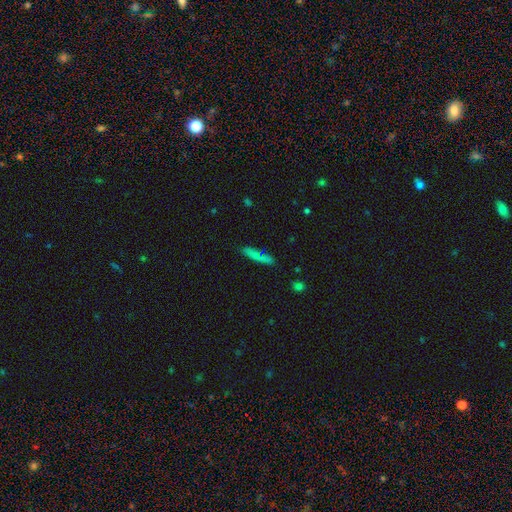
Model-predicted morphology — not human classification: Q: Smooth or featured?
A: smooth (70%); runner-up: featured or disk (19%)
Q: How rounded?
A: cigar-shaped (84%); runner-up: in between (13%)
Q: Merging?
A: none (83%); runner-up: minor disturbance (12%)